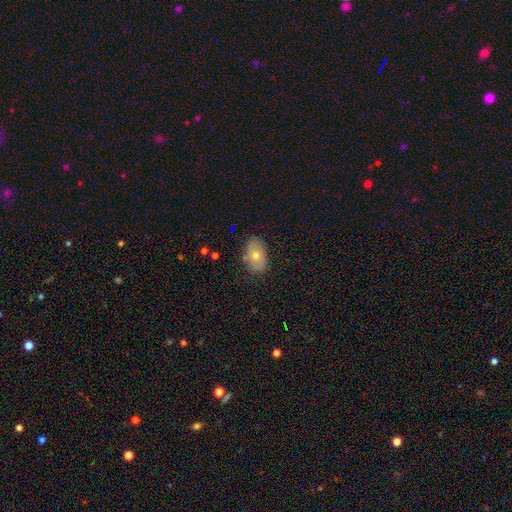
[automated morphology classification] type=smooth (65%); roundness=in between (85%); merging=none (81%).